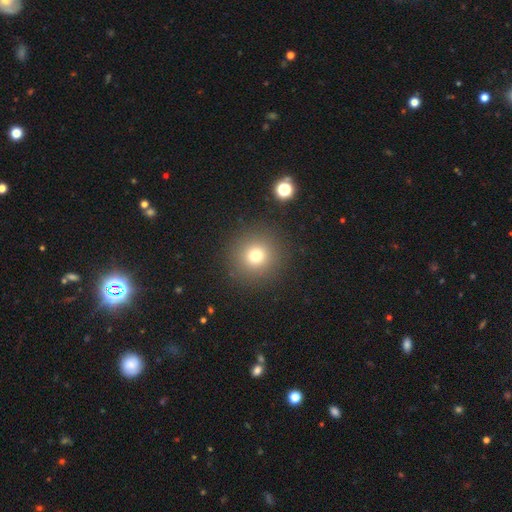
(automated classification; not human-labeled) smooth 75%, star or artifact 16%, featured or disk 9%. Down the decision tree: how rounded — round (94%); merging — none (90%).